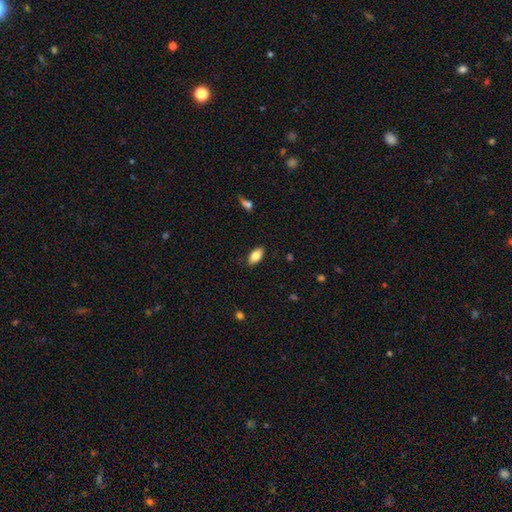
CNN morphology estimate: Q: Smooth or featured?
A: smooth (80%); runner-up: featured or disk (13%)
Q: How rounded?
A: in between (90%); runner-up: cigar-shaped (6%)
Q: Merging?
A: none (86%); runner-up: minor disturbance (10%)